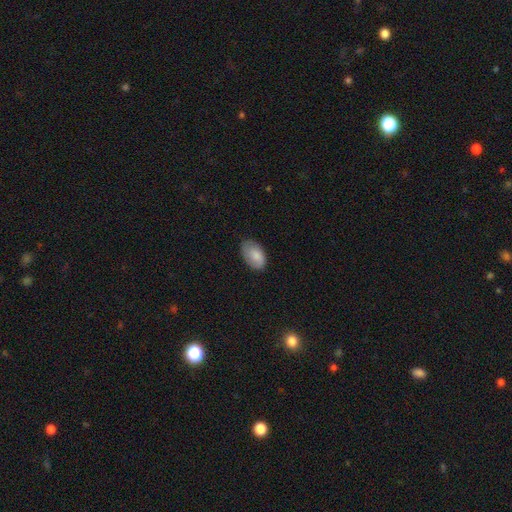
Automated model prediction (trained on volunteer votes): Smooth or featured?
  - smooth: 79% *
  - featured or disk: 14%
  - star or artifact: 6%
How rounded?
  - in between: 93% *
  - round: 6%
  - cigar-shaped: 1%
Merging?
  - none: 73% *
  - minor disturbance: 21%
  - major disturbance: 5%
  - merger: 1%